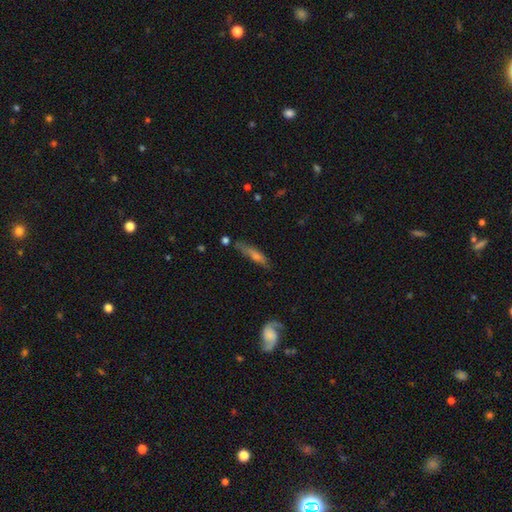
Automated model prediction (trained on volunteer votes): smooth_or_featured: featured or disk (p=0.45) [alt: smooth p=0.44]
merging: none (p=0.64) [alt: minor disturbance p=0.22]